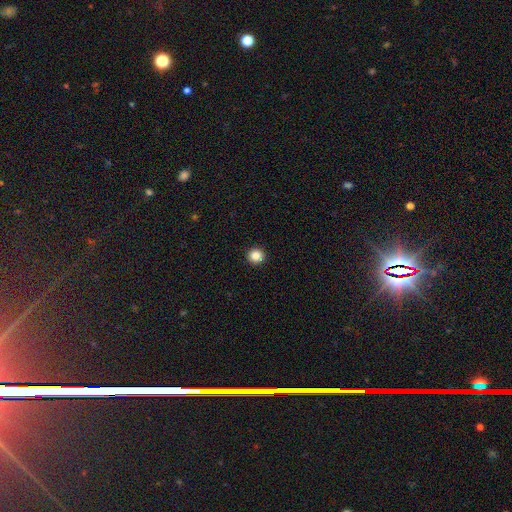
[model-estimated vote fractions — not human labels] Overall: smooth (86%). How rounded: round (94%). Merging: none (94%).